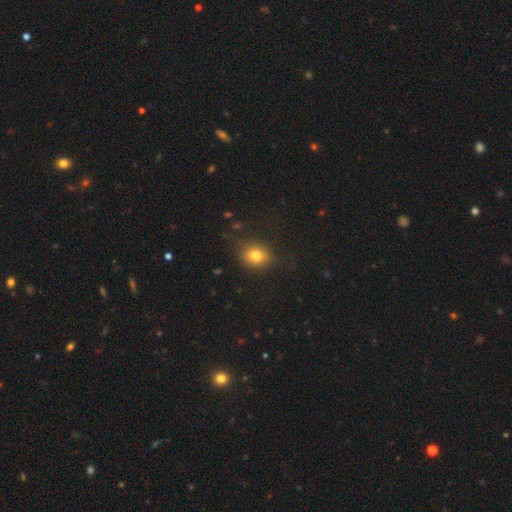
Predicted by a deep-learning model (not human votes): Morphology: type=smooth (79%); roundness=round (56%); merging=none (81%).